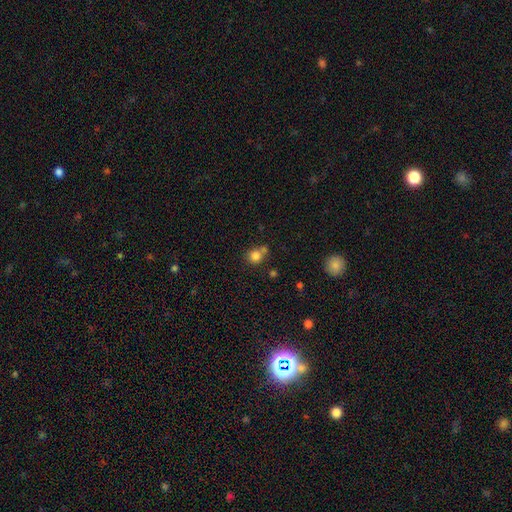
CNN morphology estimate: Smooth or featured? smooth (81%)
How rounded? round (83%)
Merging? none (55%)